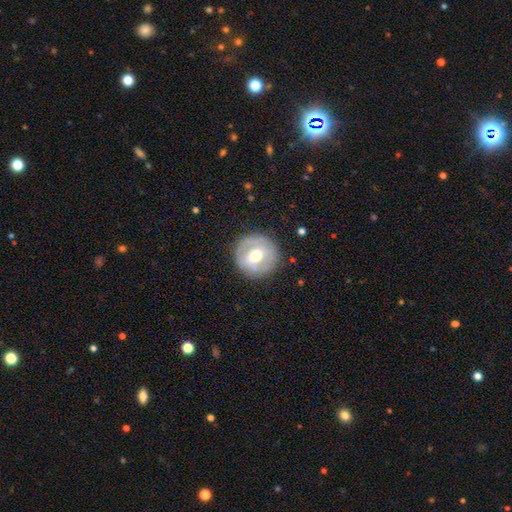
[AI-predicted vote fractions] Smooth or featured? Predicted: featured or disk (p=0.58). Edge-on disk? Predicted: no (p=0.95). Bar? Predicted: weak (p=0.46). Spiral arms? Predicted: yes (p=0.51). Bulge size? Predicted: moderate (p=0.72). Merging? Predicted: none (p=0.85).